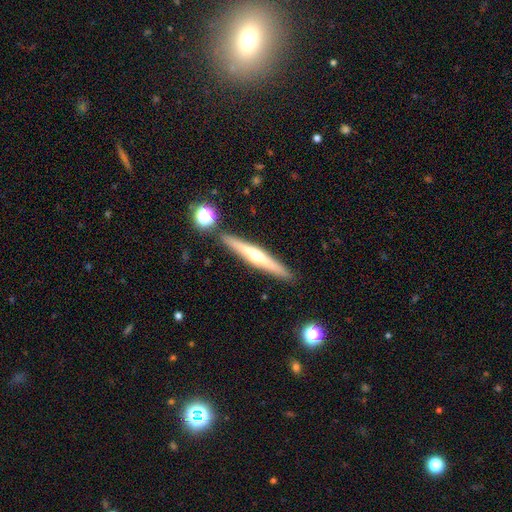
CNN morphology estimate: Smooth or featured? Predicted: featured or disk (p=0.65). Edge-on disk? Predicted: yes (p=0.97). Edge-on bulge? Predicted: rounded (p=0.87). Merging? Predicted: none (p=0.89).